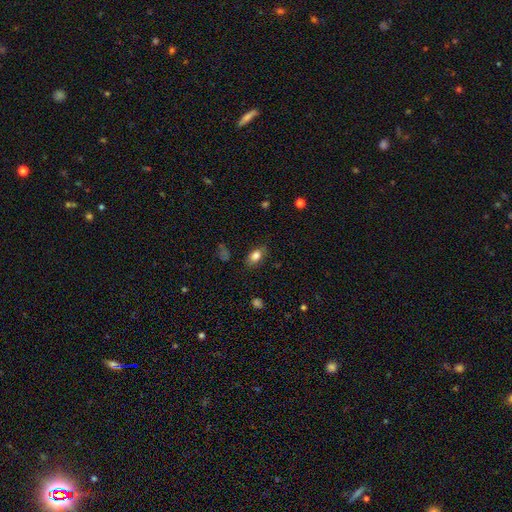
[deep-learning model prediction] Morphology: type=smooth (81%); roundness=in between (84%); merging=none (79%).